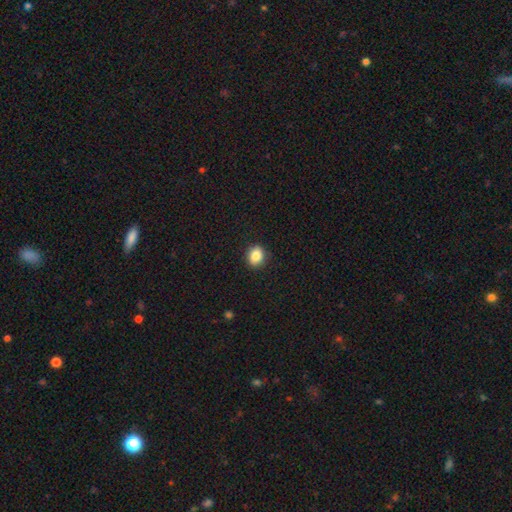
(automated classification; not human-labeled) smooth_or_featured: smooth (p=0.86) [alt: star or artifact p=0.09]
how_rounded: round (p=0.51) [alt: in between p=0.48]
merging: none (p=0.90) [alt: minor disturbance p=0.08]